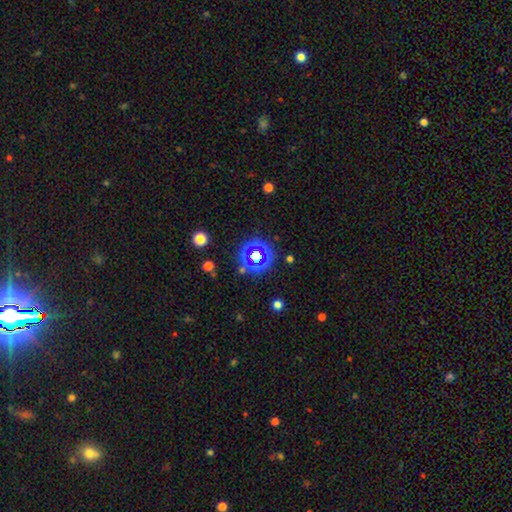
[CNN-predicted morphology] smooth-or-featured: star or artifact: 56% | smooth: 30% | featured or disk: 14%